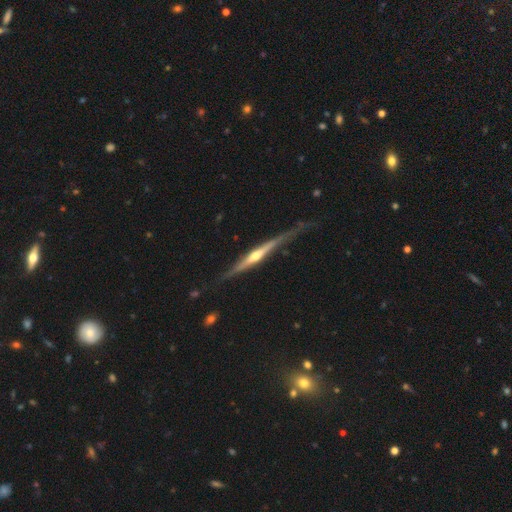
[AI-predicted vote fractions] featured or disk 78%, smooth 17%, star or artifact 5%. Down the decision tree: edge-on disk — yes (97%); edge-on bulge — rounded (82%); merging — none (67%).